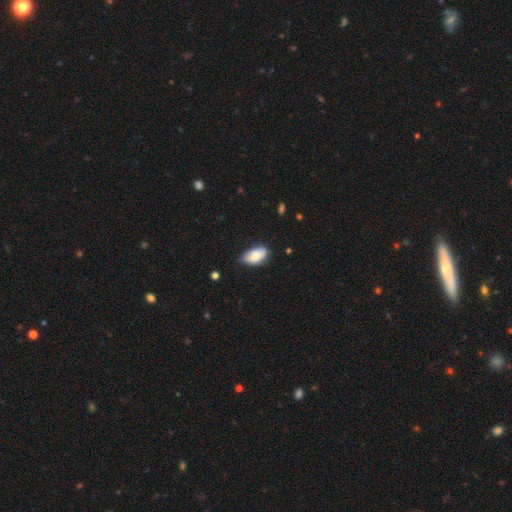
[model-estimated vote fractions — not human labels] smooth-or-featured: smooth: 80% | featured or disk: 14% | star or artifact: 6%
  how-rounded: in between: 94% | round: 3% | cigar-shaped: 3%
  merging: none: 63% | minor disturbance: 31% | major disturbance: 4% | merger: 2%